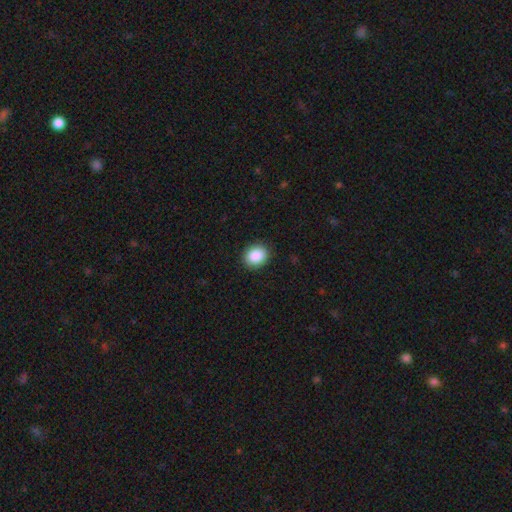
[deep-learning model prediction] Overall: smooth (88%). How rounded: round (67%; in between 33%). Merging: none (90%).